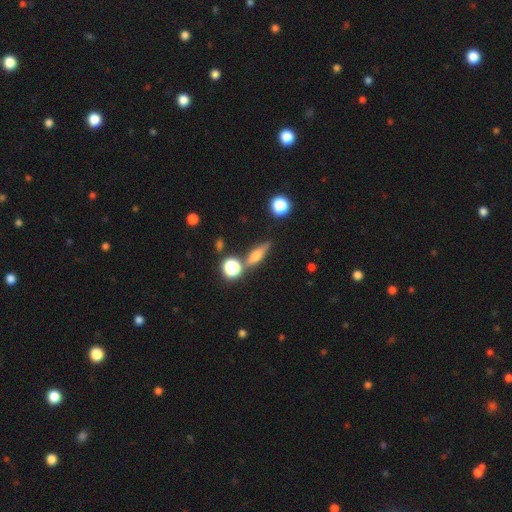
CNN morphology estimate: Smooth or featured: smooth — 48% (featured or disk — 39%)
Merging: none — 72% (minor disturbance — 13%)